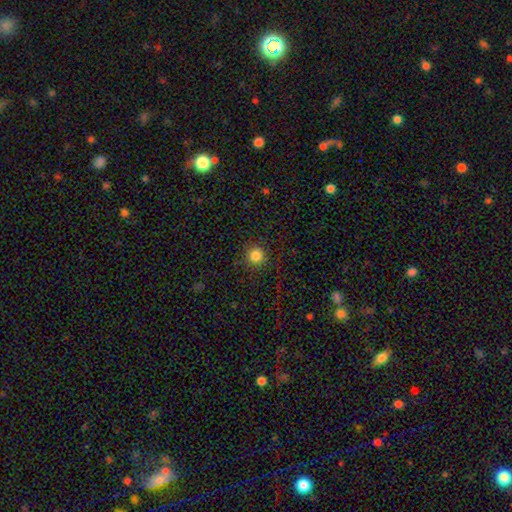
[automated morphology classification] smooth-or-featured: smooth: 84% | star or artifact: 12% | featured or disk: 4%
  how-rounded: round: 95% | in between: 4% | cigar-shaped: 1%
  merging: none: 90% | minor disturbance: 7% | major disturbance: 3% | merger: 1%